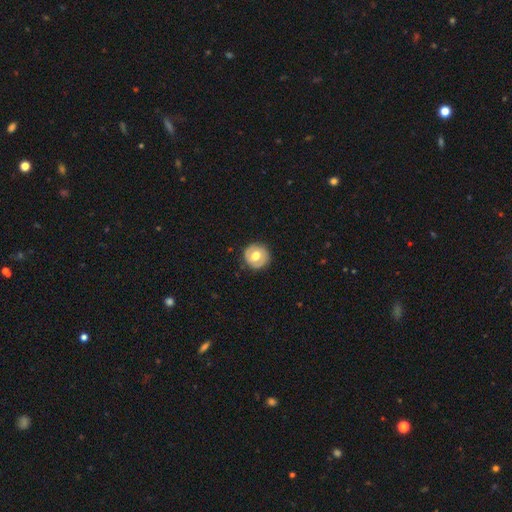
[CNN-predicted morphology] smooth 55%, featured or disk 38%, star or artifact 7%. Down the decision tree: how rounded — round (93%); merging — none (87%).